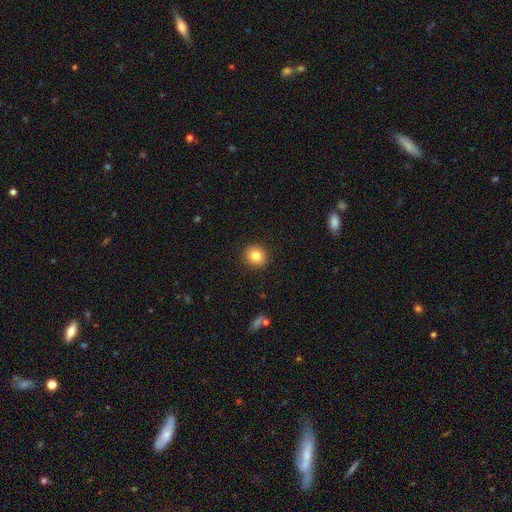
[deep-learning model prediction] Overall: smooth (84%). How rounded: round (84%). Merging: none (92%).